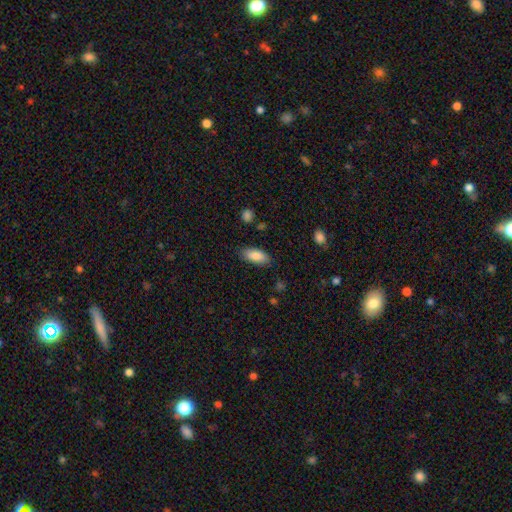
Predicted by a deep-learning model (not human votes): The model was most divided on "merging": none: 82%, minor disturbance: 13%, major disturbance: 3%, merger: 2%. More confident: smooth or featured — smooth (87%); how rounded — in between (86%).